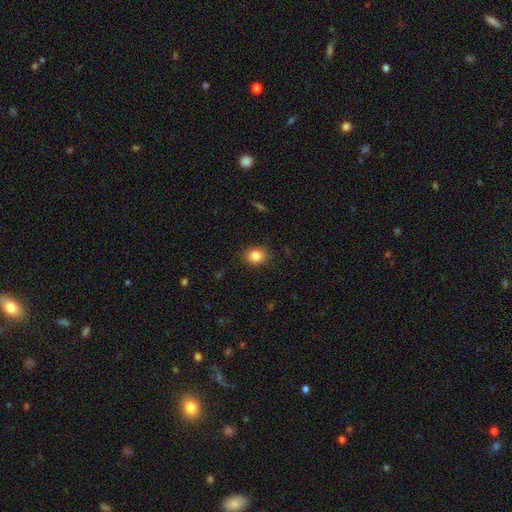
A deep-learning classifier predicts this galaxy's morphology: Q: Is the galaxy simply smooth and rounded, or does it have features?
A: smooth — 85%.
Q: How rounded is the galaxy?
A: round — 50%.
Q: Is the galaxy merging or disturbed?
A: none — 86%.